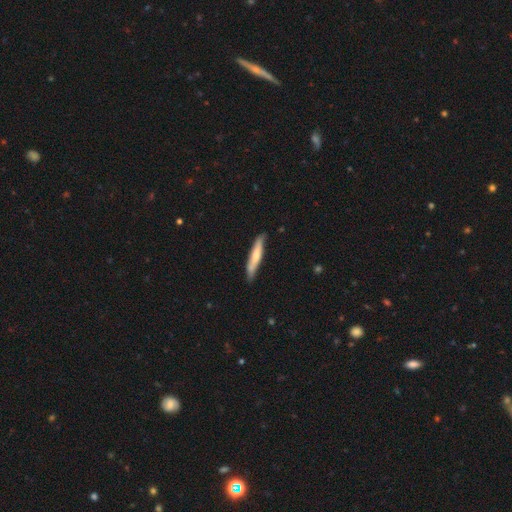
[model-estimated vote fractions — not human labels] Smooth or featured?
  - smooth: 64% *
  - featured or disk: 31%
  - star or artifact: 5%
How rounded?
  - cigar-shaped: 91% *
  - in between: 8%
  - round: 1%
Merging?
  - none: 79% *
  - minor disturbance: 17%
  - major disturbance: 2%
  - merger: 1%